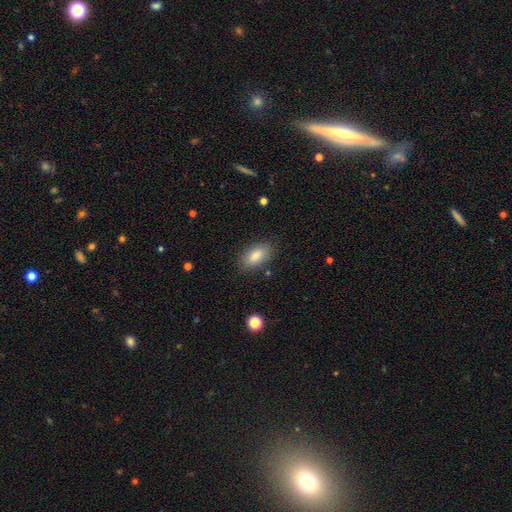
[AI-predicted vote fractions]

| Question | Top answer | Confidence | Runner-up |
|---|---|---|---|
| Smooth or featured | smooth | 85% | featured or disk (8%) |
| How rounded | in between | 90% | cigar-shaped (7%) |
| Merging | none | 85% | minor disturbance (11%) |